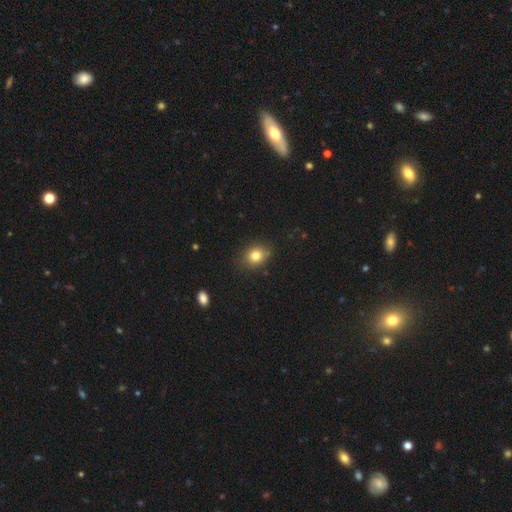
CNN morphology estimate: smooth_or_featured: smooth (p=0.81) [alt: star or artifact p=0.11]
how_rounded: round (p=0.56) [alt: in between p=0.43]
merging: none (p=0.81) [alt: minor disturbance p=0.15]